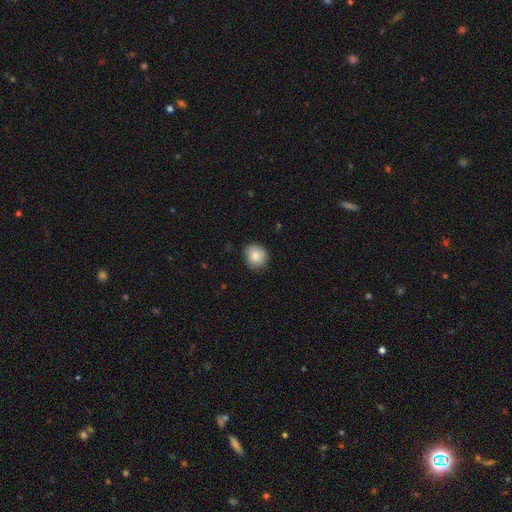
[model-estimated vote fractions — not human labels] A smooth galaxy with no disk features (84%) that is round (83%).

Vote fractions:
- Smooth or featured? smooth: 84% / star or artifact: 8% / featured or disk: 8%
- How rounded? round: 83% / in between: 16% / cigar-shaped: 1%
- Merging? none: 85% / minor disturbance: 12% / major disturbance: 2% / merger: 1%